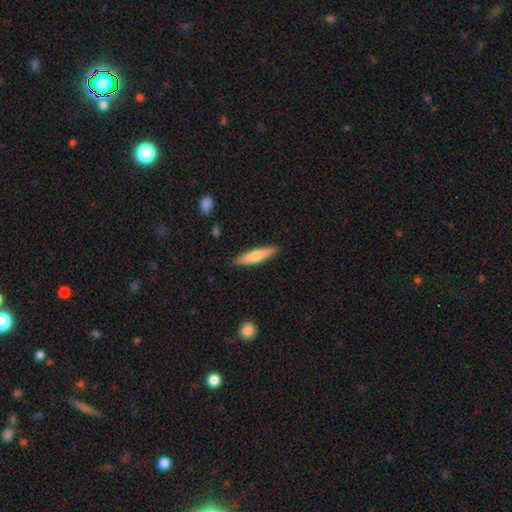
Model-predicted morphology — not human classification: Smooth or featured?
  - smooth: 63% *
  - featured or disk: 31%
  - star or artifact: 6%
How rounded?
  - cigar-shaped: 81% *
  - in between: 17%
  - round: 2%
Merging?
  - none: 89% *
  - minor disturbance: 8%
  - major disturbance: 2%
  - merger: 1%